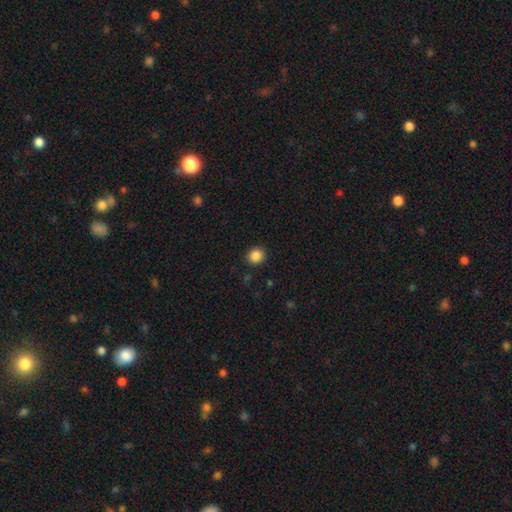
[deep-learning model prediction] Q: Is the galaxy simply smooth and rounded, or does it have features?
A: smooth — 87%.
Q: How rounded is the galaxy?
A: round — 87%.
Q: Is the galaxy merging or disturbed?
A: none — 91%.